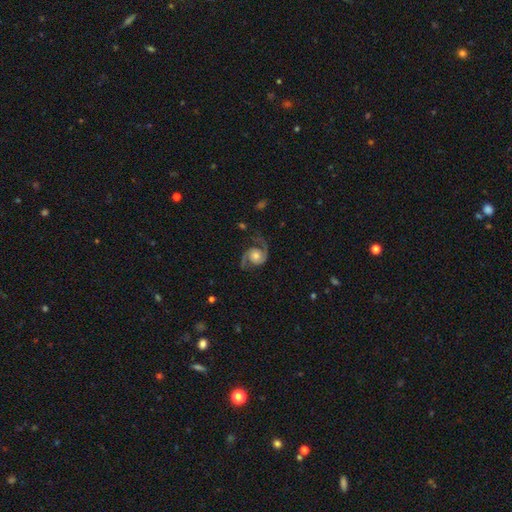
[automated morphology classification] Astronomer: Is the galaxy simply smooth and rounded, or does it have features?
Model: featured or disk — 89%.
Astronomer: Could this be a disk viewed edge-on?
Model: no — 98%.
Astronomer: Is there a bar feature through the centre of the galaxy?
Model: no — 72%.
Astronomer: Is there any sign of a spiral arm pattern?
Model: yes — 98%.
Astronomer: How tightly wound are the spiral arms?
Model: medium — 53%.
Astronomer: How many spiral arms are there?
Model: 2 — 93%.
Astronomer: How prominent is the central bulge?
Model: moderate — 56%.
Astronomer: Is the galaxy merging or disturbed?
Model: none — 75%.